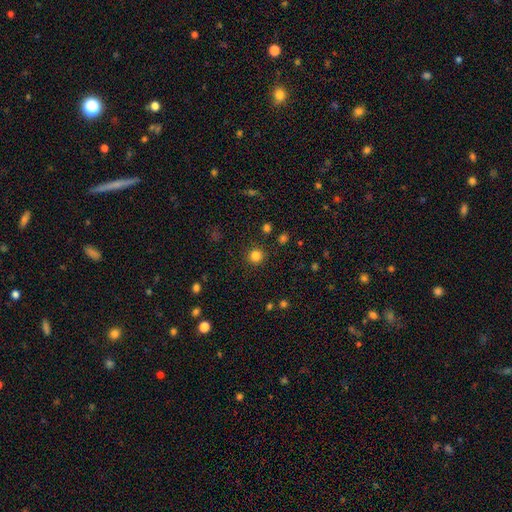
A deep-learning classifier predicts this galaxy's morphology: The model was most divided on "smooth or featured": smooth: 82%, star or artifact: 13%, featured or disk: 4%. More confident: how rounded — round (94%); merging — none (91%).